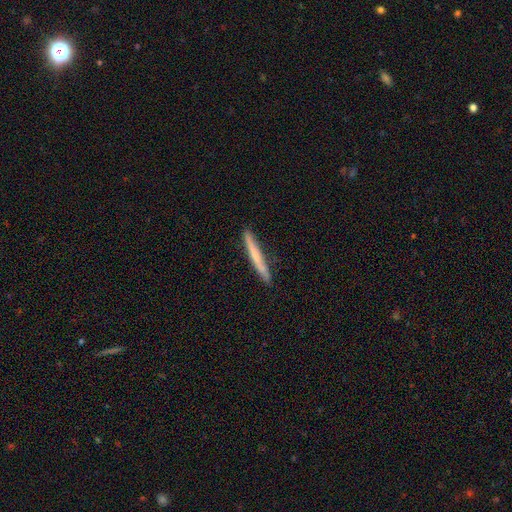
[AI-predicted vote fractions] The model was most divided on "smooth or featured": smooth: 57%, featured or disk: 37%, star or artifact: 6%. More confident: how rounded — cigar-shaped (97%); merging — none (89%).